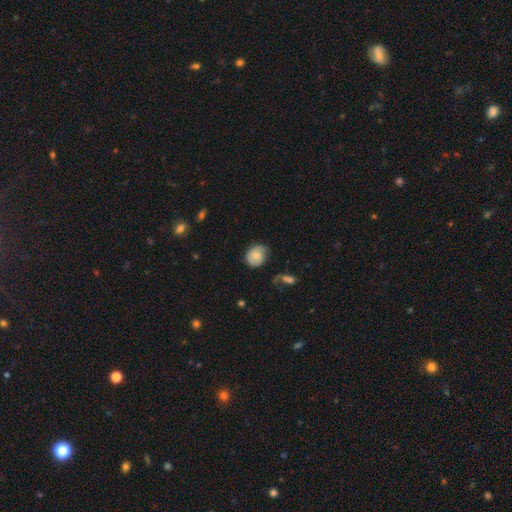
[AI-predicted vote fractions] smooth-or-featured: smooth: 65% | featured or disk: 27% | star or artifact: 8%
  how-rounded: round: 60% | in between: 39% | cigar-shaped: 1%
  merging: none: 56% | minor disturbance: 31% | major disturbance: 11% | merger: 2%